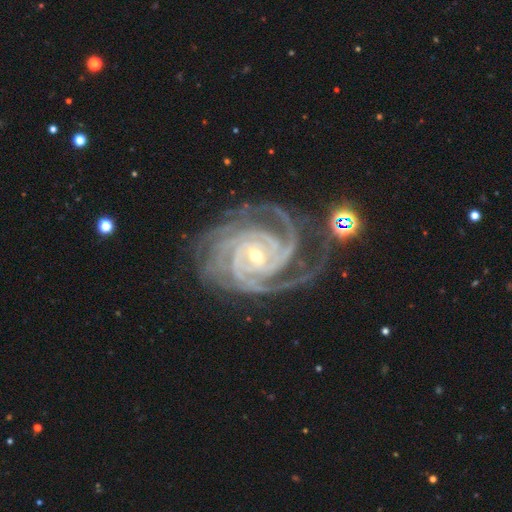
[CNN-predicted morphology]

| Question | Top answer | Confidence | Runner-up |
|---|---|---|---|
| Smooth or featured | featured or disk | 94% | star or artifact (4%) |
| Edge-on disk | no | 98% | yes (2%) |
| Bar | weak | 39% | no (36%) |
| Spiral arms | yes | 99% | no (1%) |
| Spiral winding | tight | 76% | medium (21%) |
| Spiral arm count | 4 | 33% | 3 (25%) |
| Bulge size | small | 61% | moderate (36%) |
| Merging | none | 68% | minor disturbance (19%) |